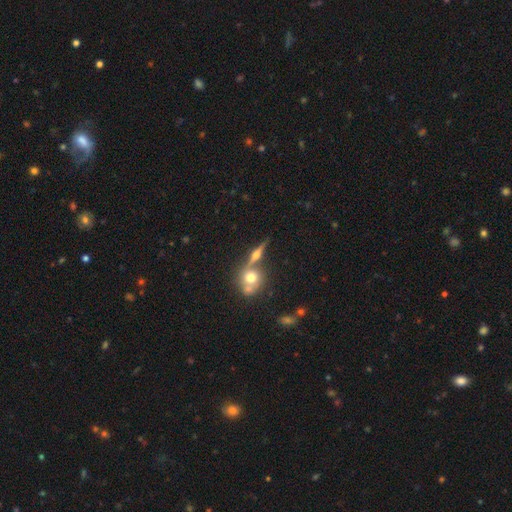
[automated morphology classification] This is possibly a featured or disk galaxy (49%). Merging: possibly none (50%).